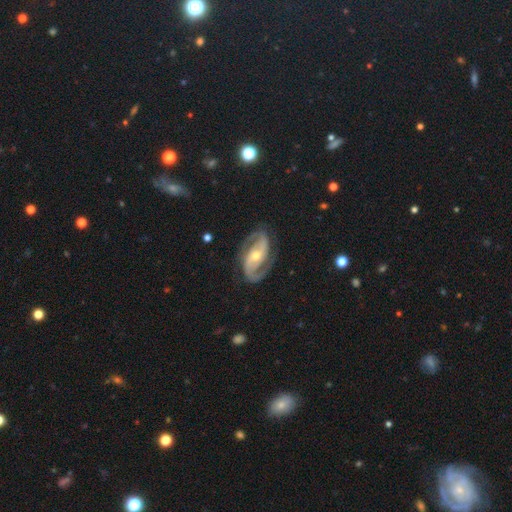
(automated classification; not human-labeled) This appears to be a featured or disk galaxy (91%) with no bar (37%), 2 (92%) medium (53%) spiral arms (98%) and a moderate central bulge (55%). Merging: none (81%).